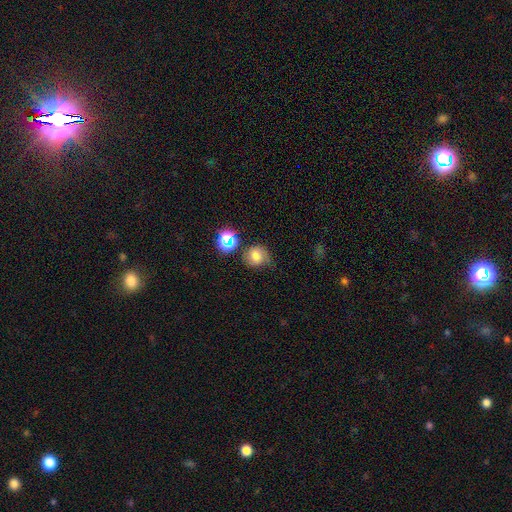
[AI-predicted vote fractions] A smooth galaxy with no disk features (68%) that is round (81%). Merging: none (56%).